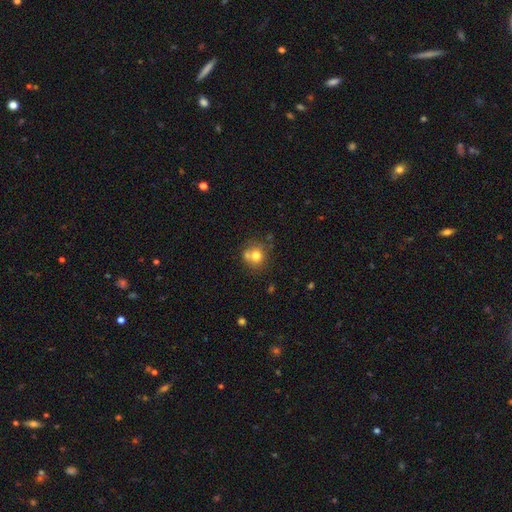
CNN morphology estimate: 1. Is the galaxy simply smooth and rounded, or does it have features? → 74% smooth, 15% featured or disk, 11% star or artifact.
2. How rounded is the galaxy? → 83% round, 16% in between, 1% cigar-shaped.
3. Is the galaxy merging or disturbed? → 54% none, 29% merger, 13% minor disturbance, 5% major disturbance.